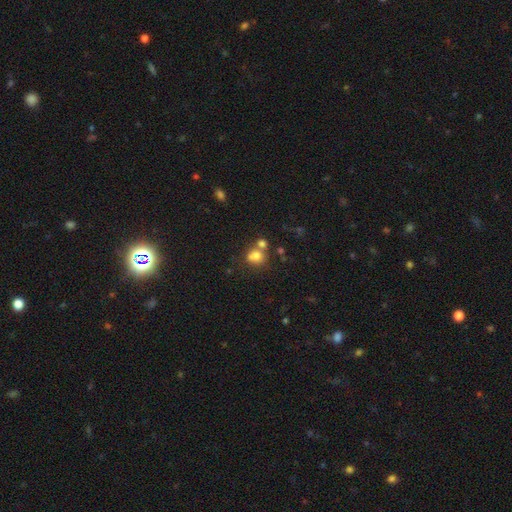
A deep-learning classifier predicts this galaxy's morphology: This is likely a smooth galaxy (74%). How rounded: likely round (72%). Merging: marginally none (43%).